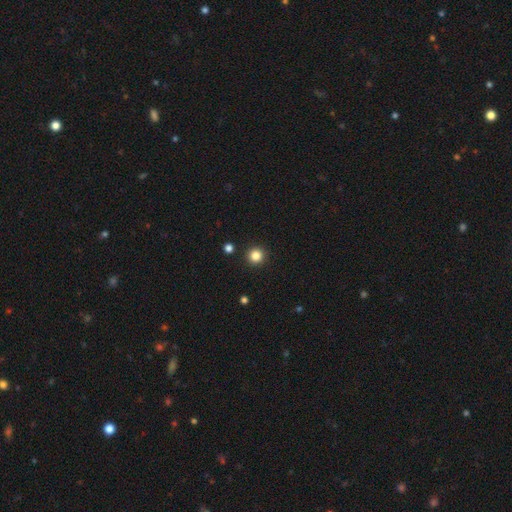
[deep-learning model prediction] This is clearly a smooth galaxy (84%). How rounded: clearly round (96%). Merging: clearly none (92%).